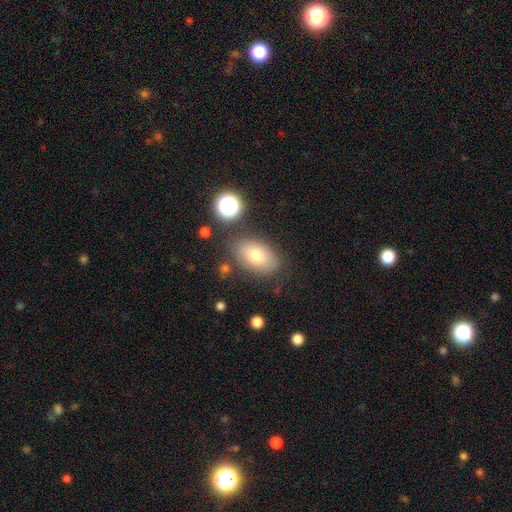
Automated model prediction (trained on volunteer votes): smooth_or_featured: smooth (p=0.72) [alt: featured or disk p=0.17]
how_rounded: in between (p=0.86) [alt: round p=0.12]
merging: none (p=0.78) [alt: minor disturbance p=0.14]